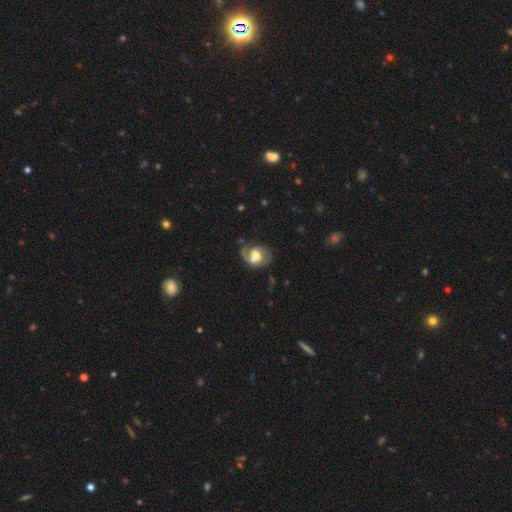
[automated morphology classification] Smooth or featured: featured or disk — 69% (smooth — 24%)
Edge-on disk: no — 97% (yes — 3%)
Bar: weak — 44% (no — 43%)
Spiral arms: yes — 87% (no — 13%)
Spiral winding: medium — 45% (tight — 28%)
Spiral arm count: 2 — 59% (1 — 28%)
Bulge size: moderate — 51% (large — 25%)
Merging: none — 51% (minor disturbance — 25%)